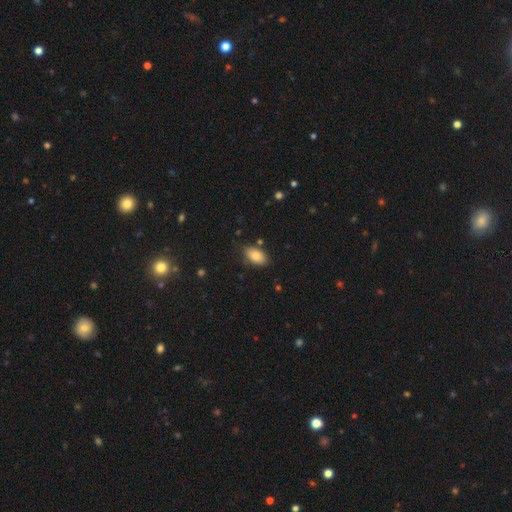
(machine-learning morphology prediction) A smooth galaxy with no disk features (83%) that is in between round and cigar-shaped (92%).

Vote fractions:
- Smooth or featured? smooth: 83% / featured or disk: 9% / star or artifact: 8%
- How rounded? in between: 92% / round: 6% / cigar-shaped: 2%
- Merging? none: 78% / minor disturbance: 16% / major disturbance: 3% / merger: 3%